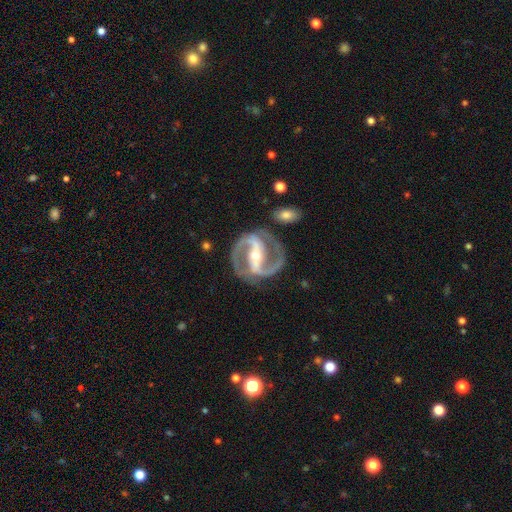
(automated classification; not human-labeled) Morphology: type=featured or disk (93%); edge-on=no (97%); bar=strong (77%); spiral arms=yes (97%); winding=medium (55%); arm count=2 (94%); bulge=small (49%); merging=none (83%).